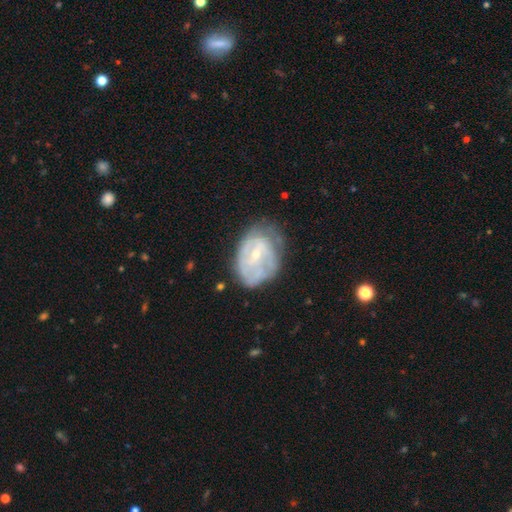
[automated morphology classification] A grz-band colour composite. It shows a featured or disk galaxy (69%) with no bar (49%), spiral arms (67%) and a small central bulge (69%). Merging: none (50%).